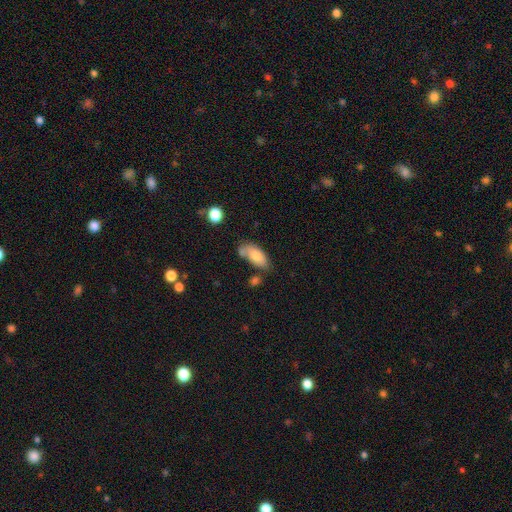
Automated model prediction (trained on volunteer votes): Smooth or featured? smooth (77%)
How rounded? in between (89%)
Merging? none (49%)